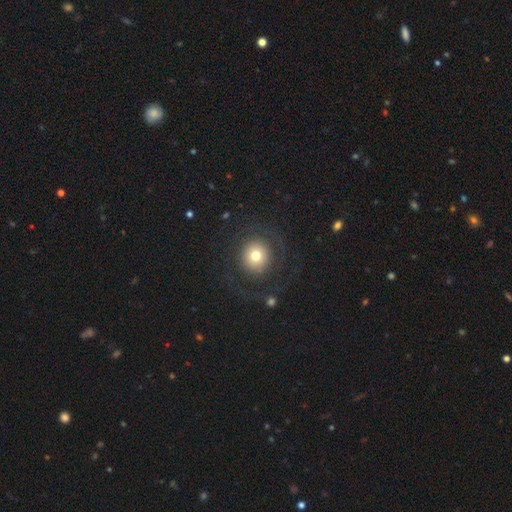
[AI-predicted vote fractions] A smooth galaxy with no disk features (66%) that is round (92%). Merging: none (76%).